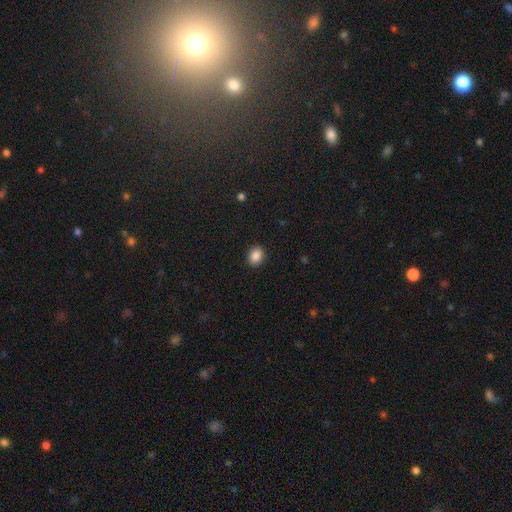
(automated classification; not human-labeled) The model was most divided on "how rounded": in between: 51%, round: 48%, cigar-shaped: 1%. More confident: merging — none (90%); smooth or featured — smooth (88%).